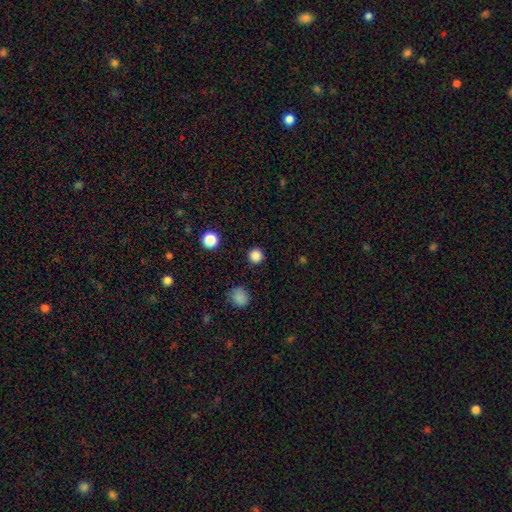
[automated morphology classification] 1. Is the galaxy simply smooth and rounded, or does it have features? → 83% smooth, 14% star or artifact, 3% featured or disk.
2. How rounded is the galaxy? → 95% round, 4% in between, 1% cigar-shaped.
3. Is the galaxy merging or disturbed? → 90% none, 6% minor disturbance, 3% major disturbance, 2% merger.